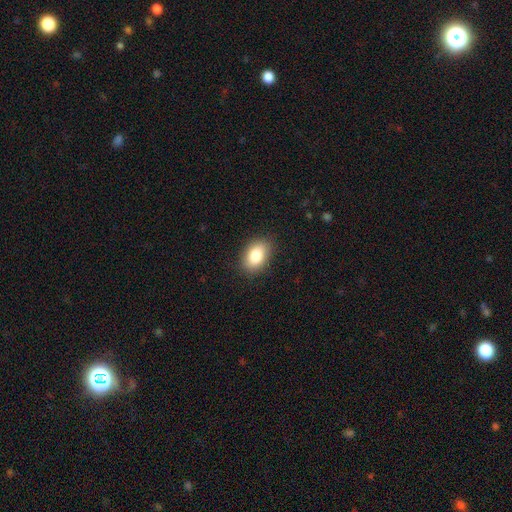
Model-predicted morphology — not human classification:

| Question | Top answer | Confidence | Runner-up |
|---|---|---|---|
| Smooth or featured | smooth | 83% | featured or disk (9%) |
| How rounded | in between | 84% | round (15%) |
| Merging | none | 87% | minor disturbance (10%) |